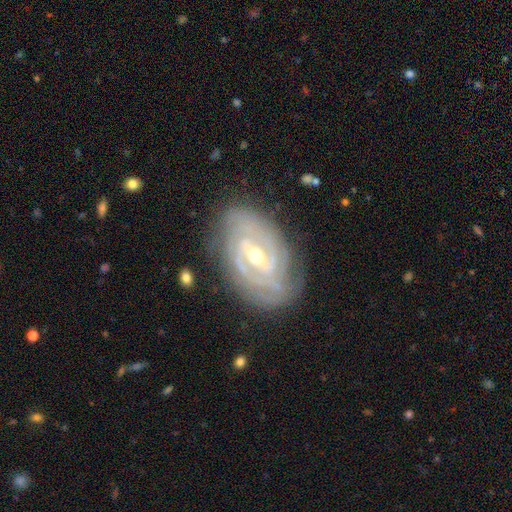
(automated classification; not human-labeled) featured or disk 89%, smooth 6%, star or artifact 5%. Down the decision tree: edge-on disk — no (95%); bar — weak (48%); spiral arms — yes (96%); spiral arm count — 2 (32%); spiral winding — tight (75%); bulge size — moderate (53%); merging — none (79%).